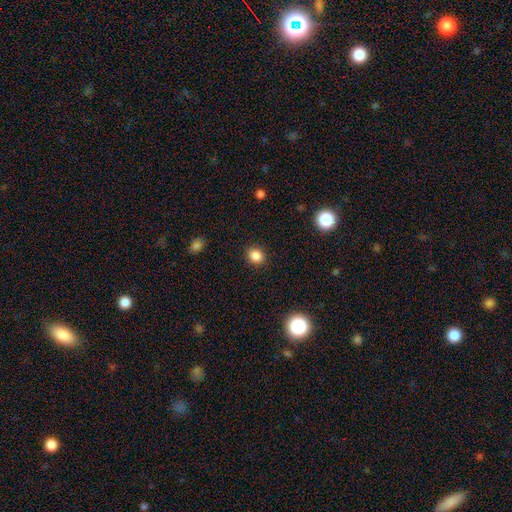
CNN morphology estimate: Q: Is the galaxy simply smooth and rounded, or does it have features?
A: smooth — 85%.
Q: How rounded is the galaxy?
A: round — 71%.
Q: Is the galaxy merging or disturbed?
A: none — 90%.